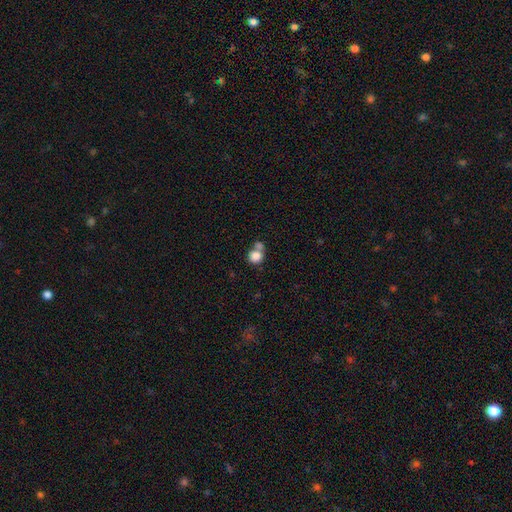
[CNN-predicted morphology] Smooth or featured? Predicted: smooth (p=0.83). How rounded? Predicted: round (p=0.84). Merging? Predicted: merger (p=0.44).